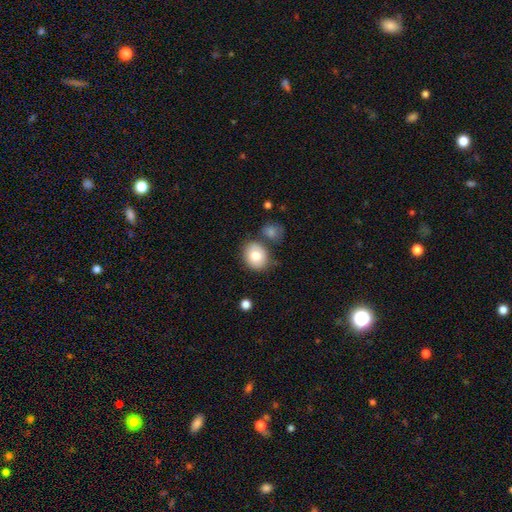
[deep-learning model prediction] smooth 76%, featured or disk 16%, star or artifact 8%. Down the decision tree: how rounded — round (61%); merging — none (71%).